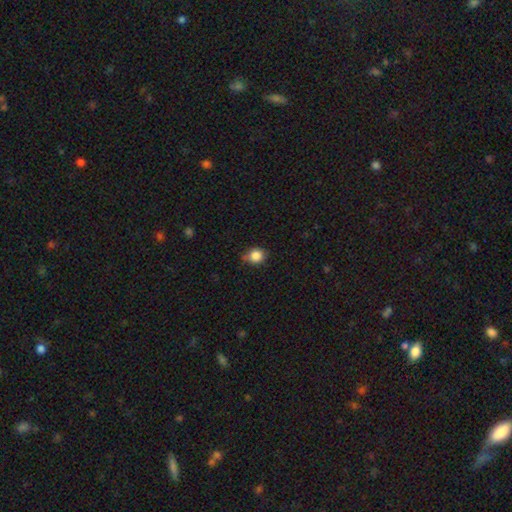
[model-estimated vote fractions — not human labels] Smooth or featured?
  - smooth: 85% *
  - star or artifact: 10%
  - featured or disk: 5%
How rounded?
  - round: 77% *
  - in between: 22%
  - cigar-shaped: 1%
Merging?
  - none: 69% *
  - minor disturbance: 23%
  - major disturbance: 4%
  - merger: 3%